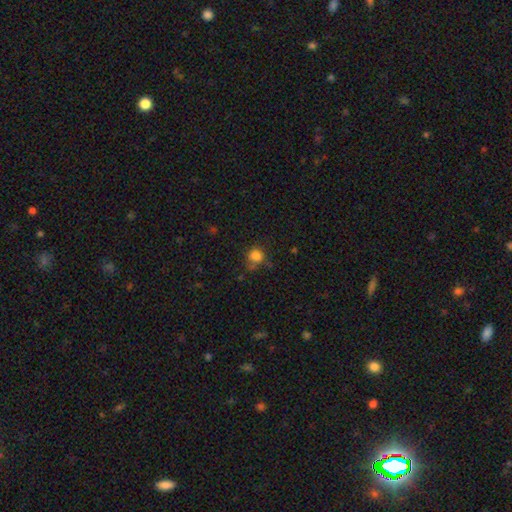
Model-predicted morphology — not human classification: type=smooth (81%); roundness=round (81%); merging=none (62%).